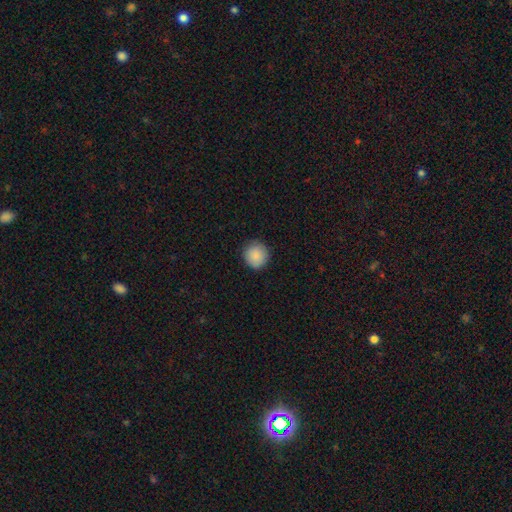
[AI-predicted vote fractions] Overall: smooth (88%). How rounded: round (93%). Merging: none (88%).